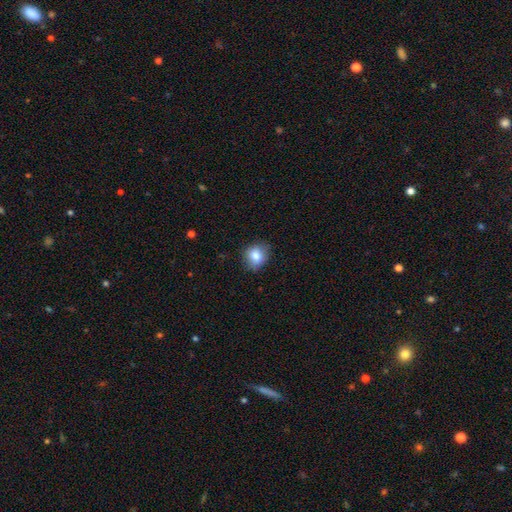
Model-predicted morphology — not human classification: Overall: smooth (81%). How rounded: round (62%; in between 37%). Merging: none (76%).